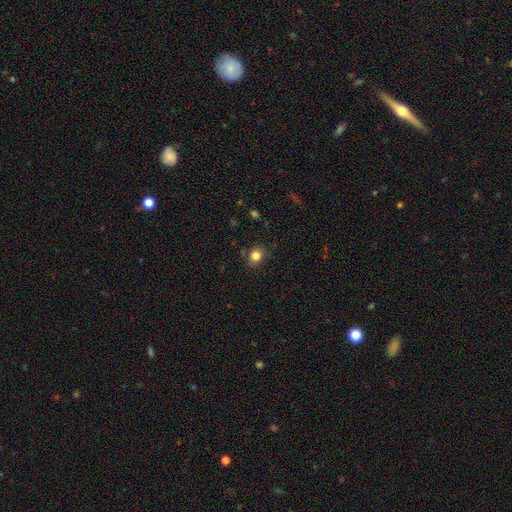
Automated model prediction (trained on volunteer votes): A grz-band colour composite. It shows a smooth galaxy with no disk features (82%) that is round (71%). Merging: none (85%).